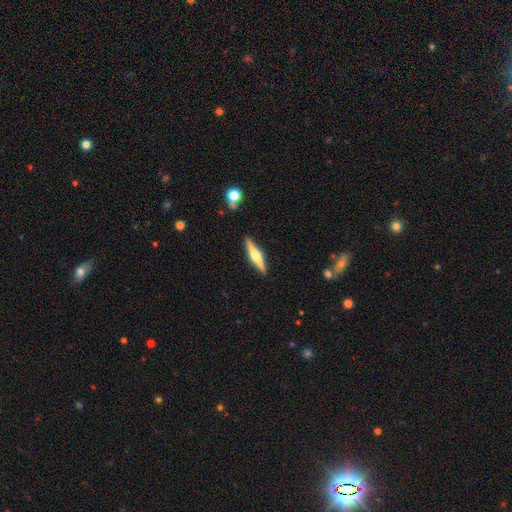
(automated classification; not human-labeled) This appears to be a featured or disk galaxy (70%) viewed edge-on (98%) with a rounded central bulge (92%). Merging: none (90%).